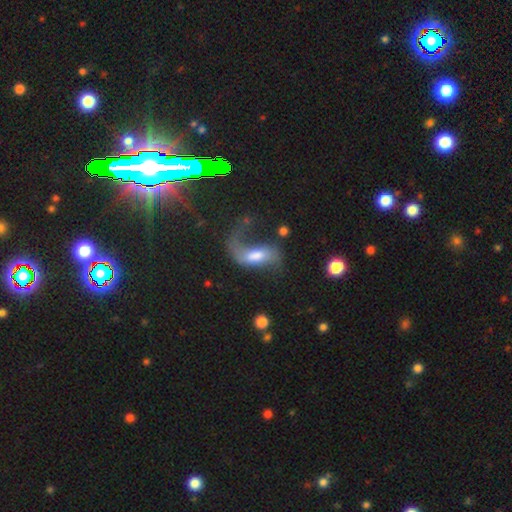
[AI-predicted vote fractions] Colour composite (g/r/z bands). It shows a featured or disk galaxy (64%) with a weak bar (43%), 2 (58%) loose (82%) spiral arms (85%) and a moderate central bulge (47%). Merging: major disturbance (42%).